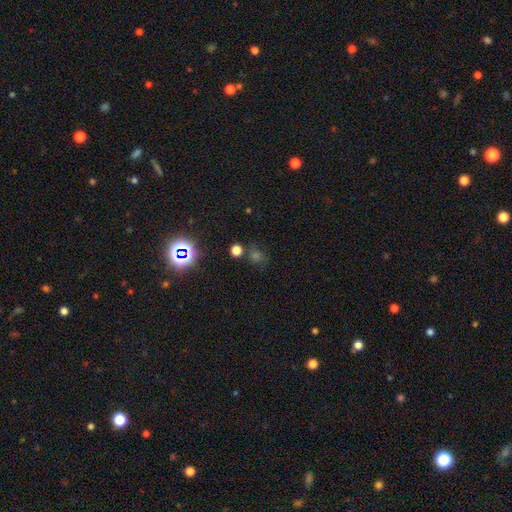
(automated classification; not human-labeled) A star or artifact, not a galaxy (49%).